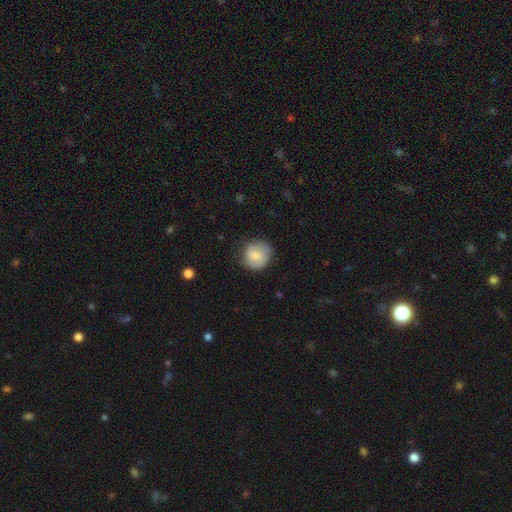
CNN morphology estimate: A smooth galaxy with no disk features (71%) that is round (87%). Merging: none (78%).